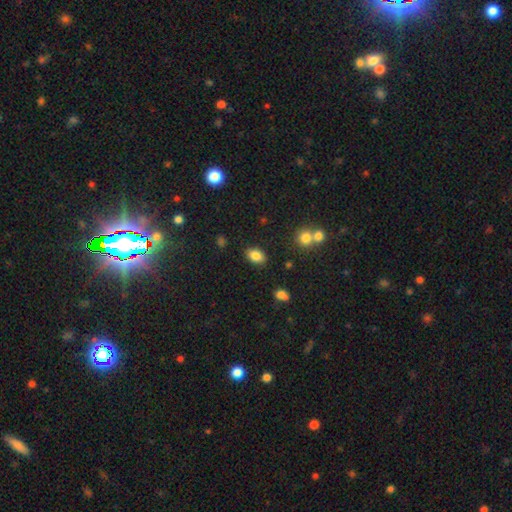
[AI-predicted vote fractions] A smooth galaxy with no disk features (83%) that is in between round and cigar-shaped (84%). Merging: none (85%).